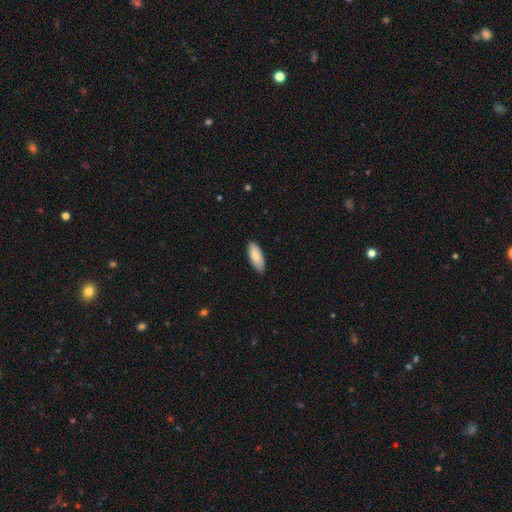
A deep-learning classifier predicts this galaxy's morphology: The model was most divided on "how rounded": in between: 82%, cigar-shaped: 17%, round: 2%. More confident: merging — none (87%); smooth or featured — smooth (83%).